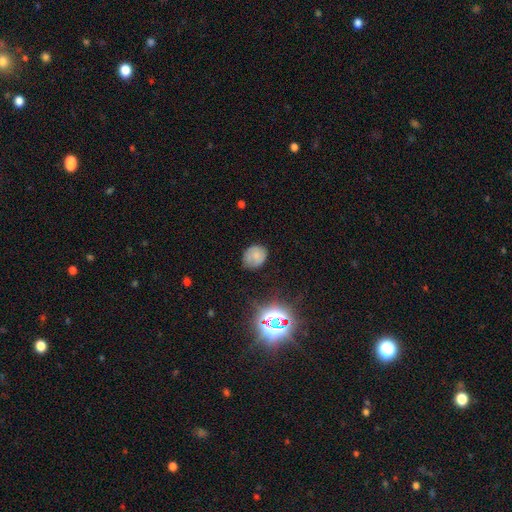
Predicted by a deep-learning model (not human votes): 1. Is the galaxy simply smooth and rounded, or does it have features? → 66% smooth, 19% featured or disk, 15% star or artifact.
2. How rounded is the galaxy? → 60% round, 39% in between, 1% cigar-shaped.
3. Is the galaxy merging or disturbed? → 68% none, 24% minor disturbance, 6% major disturbance, 2% merger.